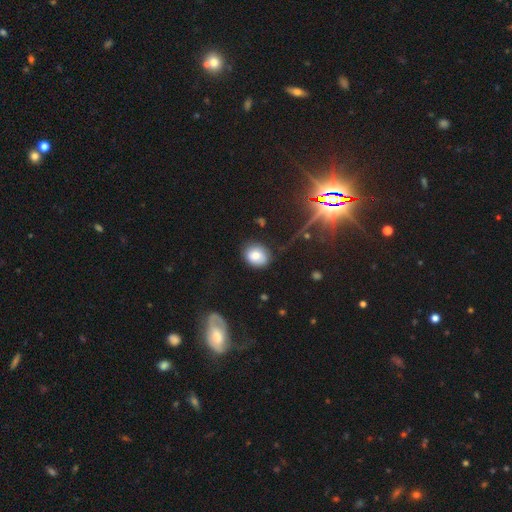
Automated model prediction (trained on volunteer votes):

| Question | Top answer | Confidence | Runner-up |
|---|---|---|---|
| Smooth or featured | smooth | 78% | star or artifact (12%) |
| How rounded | round | 60% | in between (39%) |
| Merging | none | 79% | minor disturbance (15%) |